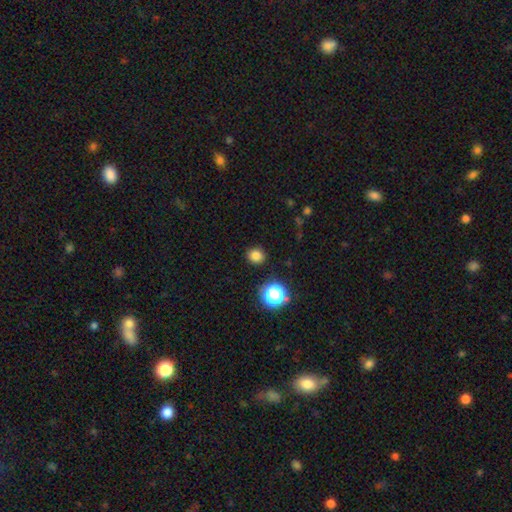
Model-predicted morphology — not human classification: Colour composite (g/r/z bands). It shows a smooth galaxy with no disk features (80%) that is round (80%). Merging: none (90%).